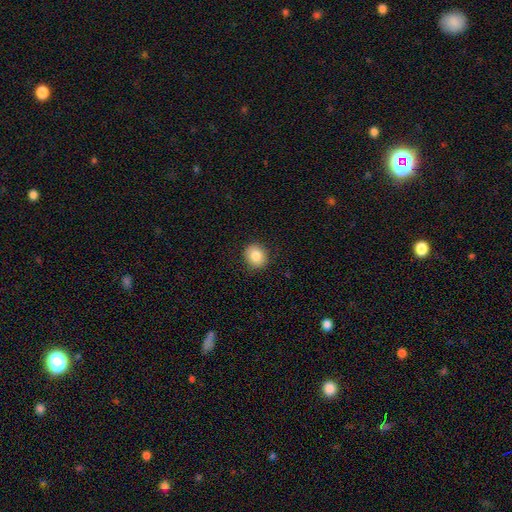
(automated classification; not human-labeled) Smooth or featured: smooth — 84% (star or artifact — 9%)
How rounded: round — 74% (in between — 25%)
Merging: none — 90% (minor disturbance — 7%)